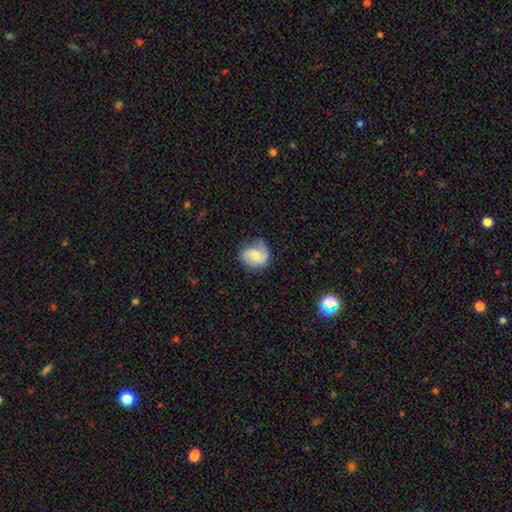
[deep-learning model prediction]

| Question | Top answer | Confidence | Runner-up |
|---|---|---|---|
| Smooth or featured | featured or disk | 53% | smooth (40%) |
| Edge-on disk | no | 98% | yes (2%) |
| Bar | no | 60% | weak (33%) |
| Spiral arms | yes | 90% | no (10%) |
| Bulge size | small | 45% | moderate (35%) |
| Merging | none | 62% | minor disturbance (26%) |